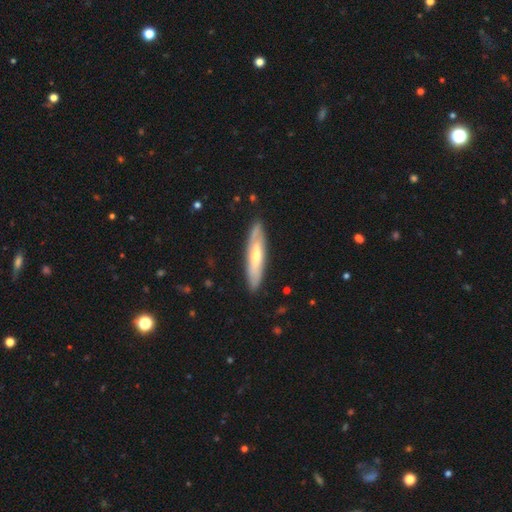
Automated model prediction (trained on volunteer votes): A featured or disk galaxy (55%) viewed edge-on (61%).

Vote fractions:
- Smooth or featured? featured or disk: 55% / smooth: 39% / star or artifact: 6%
- Edge-on disk? yes: 61% / no: 39%
- Merging? none: 86% / minor disturbance: 11% / major disturbance: 2% / merger: 1%